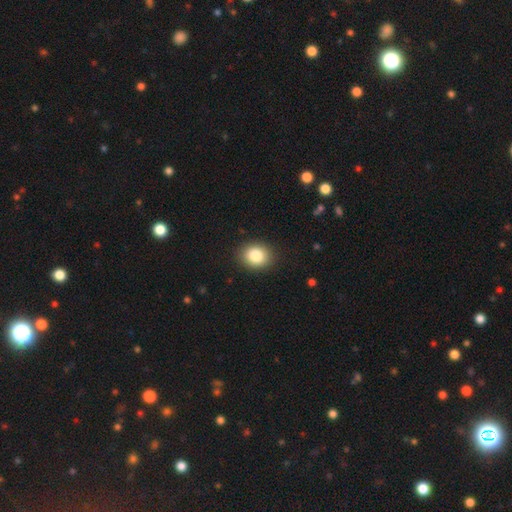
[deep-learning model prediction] Q: Smooth or featured?
A: smooth (84%); runner-up: star or artifact (9%)
Q: How rounded?
A: round (57%); runner-up: in between (42%)
Q: Merging?
A: none (89%); runner-up: minor disturbance (8%)